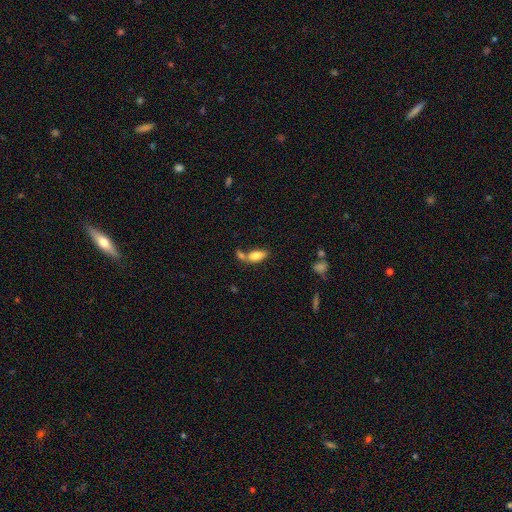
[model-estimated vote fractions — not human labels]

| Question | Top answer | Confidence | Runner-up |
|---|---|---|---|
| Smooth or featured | smooth | 79% | featured or disk (13%) |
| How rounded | in between | 86% | cigar-shaped (11%) |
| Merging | none | 44% | merger (37%) |